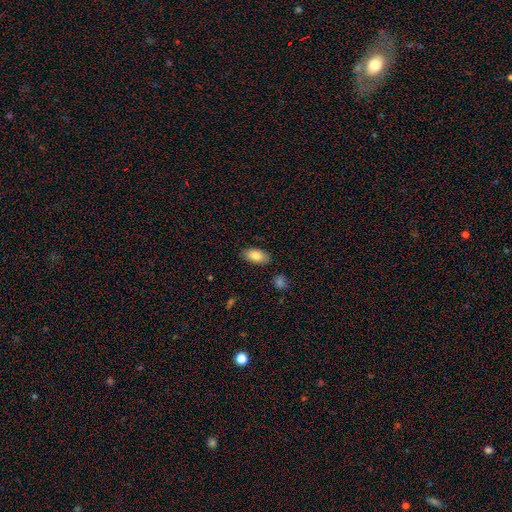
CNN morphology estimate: Smooth or featured? Predicted: smooth (p=0.83). How rounded? Predicted: in between (p=0.93). Merging? Predicted: none (p=0.87).